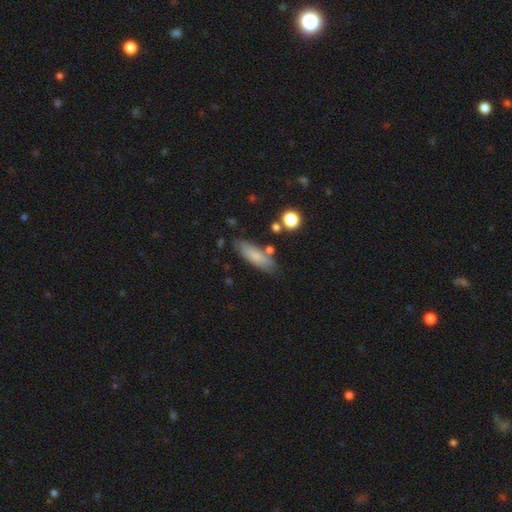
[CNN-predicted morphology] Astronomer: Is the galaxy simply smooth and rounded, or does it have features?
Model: smooth — 76%.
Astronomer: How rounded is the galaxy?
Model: in between — 51% (runner-up: cigar-shaped, 47%).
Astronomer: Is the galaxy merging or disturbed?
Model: none — 76%.